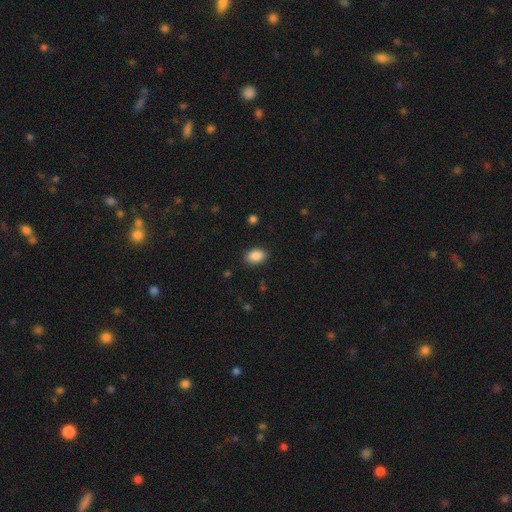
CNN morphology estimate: This appears to be a smooth galaxy with no disk features (89%) that is in between round and cigar-shaped (87%). Merging: none (88%).